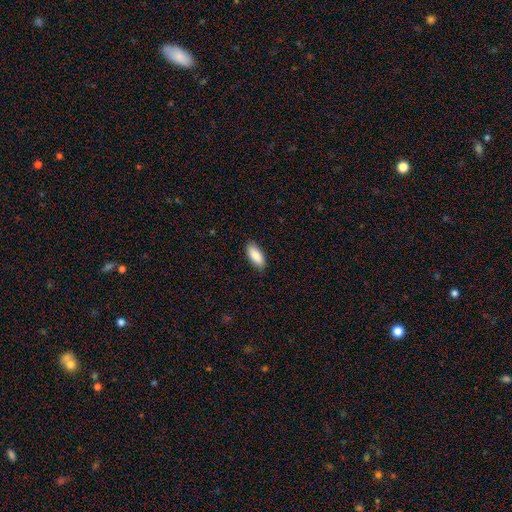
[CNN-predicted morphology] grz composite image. It shows a smooth galaxy with no disk features (88%) that is in between round and cigar-shaped (85%). Merging: none (87%).